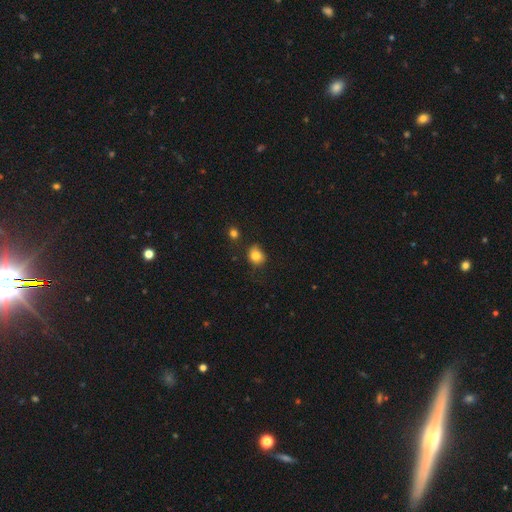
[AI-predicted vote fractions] Overall: smooth (82%). How rounded: round (69%; in between 30%). Merging: none (67%).